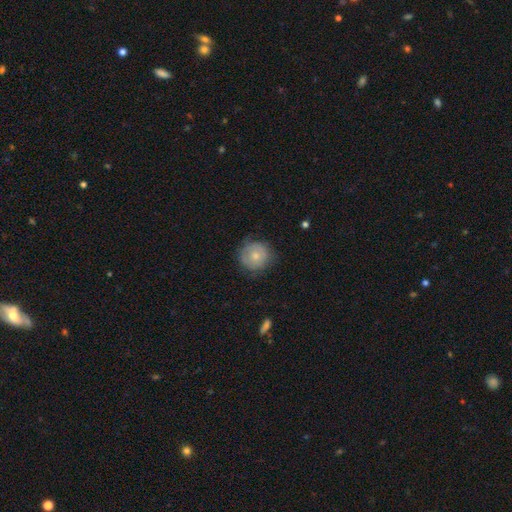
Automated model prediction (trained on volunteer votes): This appears to be a smooth galaxy with no disk features (64%) that is round (90%). Merging: none (74%).